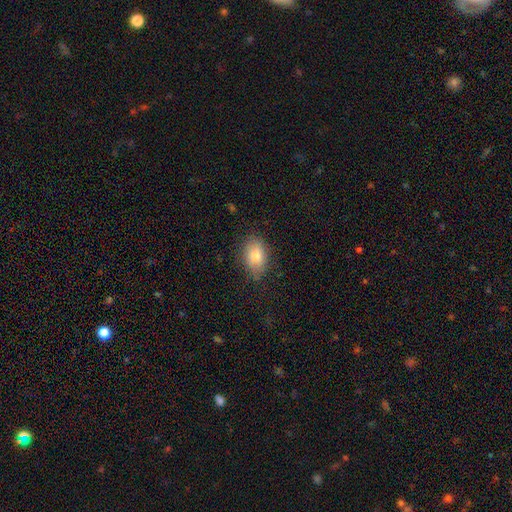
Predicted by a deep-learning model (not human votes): smooth_or_featured: smooth (p=0.81) [alt: featured or disk p=0.11]
how_rounded: in between (p=0.86) [alt: round p=0.13]
merging: none (p=0.73) [alt: minor disturbance p=0.20]